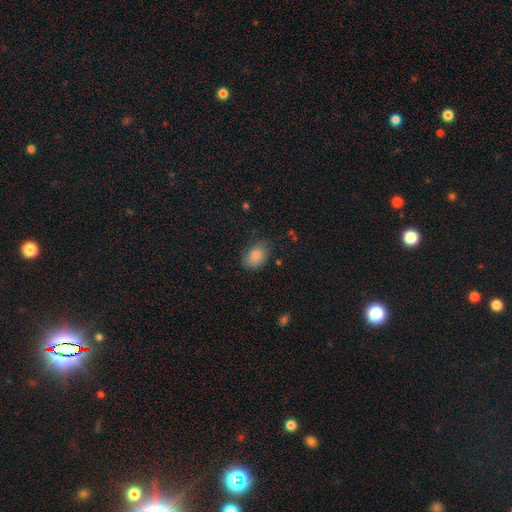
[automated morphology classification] The model was most divided on "merging": none: 70%, minor disturbance: 23%, major disturbance: 6%, merger: 1%. More confident: smooth or featured — smooth (79%); how rounded — in between (75%).